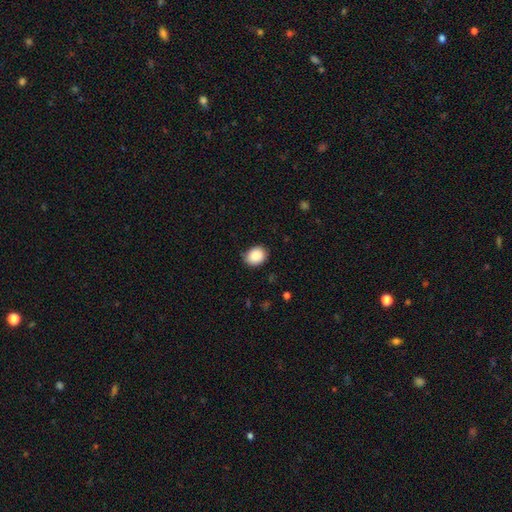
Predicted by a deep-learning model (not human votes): smooth_or_featured: smooth (p=0.89) [alt: star or artifact p=0.08]
how_rounded: round (p=0.51) [alt: in between p=0.48]
merging: none (p=0.81) [alt: minor disturbance p=0.15]